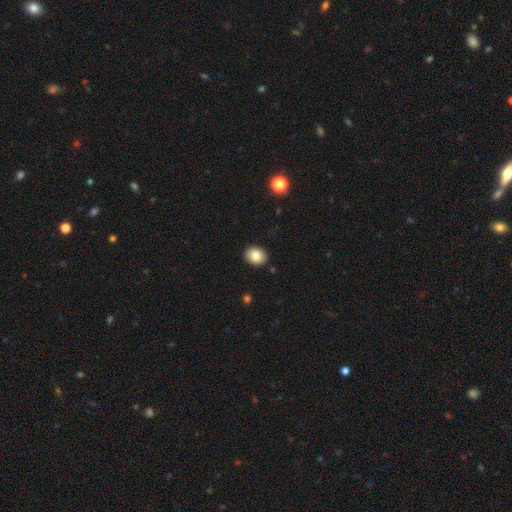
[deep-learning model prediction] This appears to be a smooth galaxy with no disk features (82%) that is round (55%). Merging: none (90%).